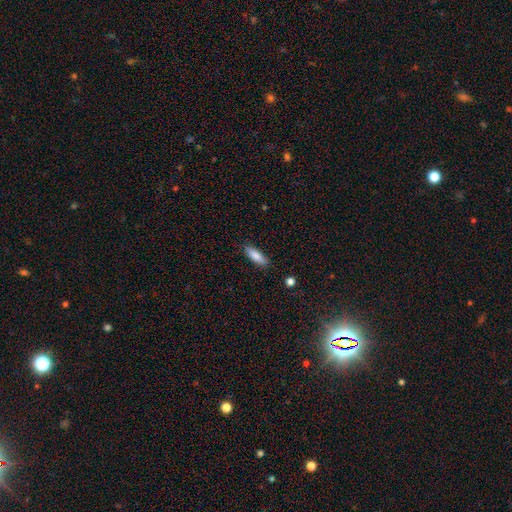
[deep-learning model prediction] This is clearly a smooth galaxy (83%). How rounded: possibly cigar-shaped (49%, tied with in between). Merging: clearly none (85%).